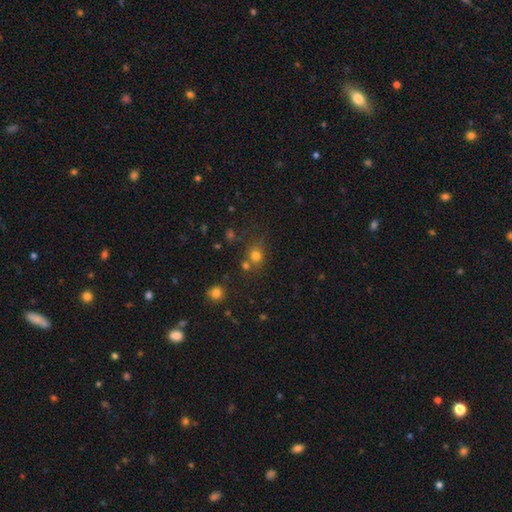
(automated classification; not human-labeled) Smooth or featured? smooth (74%)
How rounded? round (74%)
Merging? none (61%)